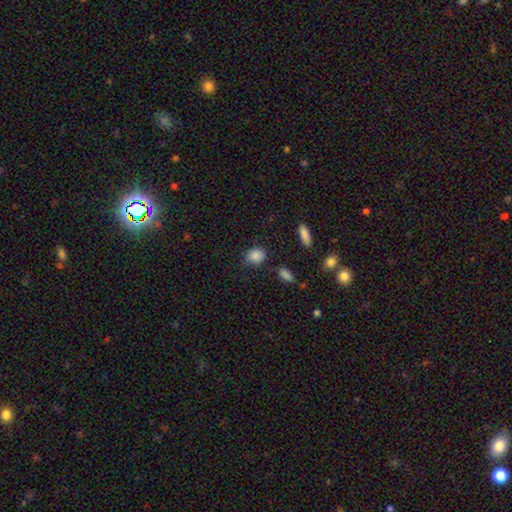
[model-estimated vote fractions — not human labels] The model was most divided on "how rounded": round: 57%, in between: 41%, cigar-shaped: 1%. More confident: smooth or featured — smooth (87%); merging — none (79%).